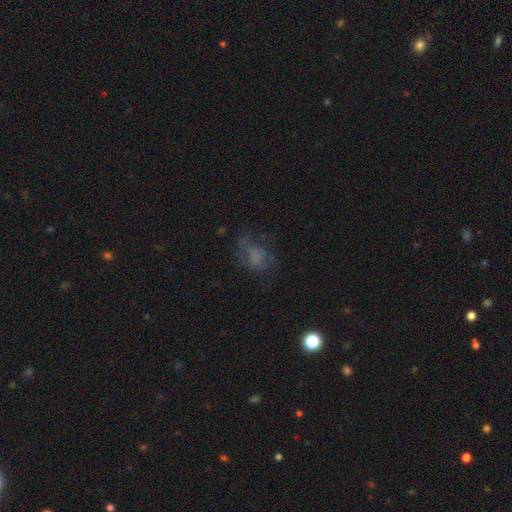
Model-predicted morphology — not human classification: Q: Smooth or featured?
A: smooth (43%); runner-up: featured or disk (36%)
Q: Merging?
A: none (47%); runner-up: major disturbance (30%)